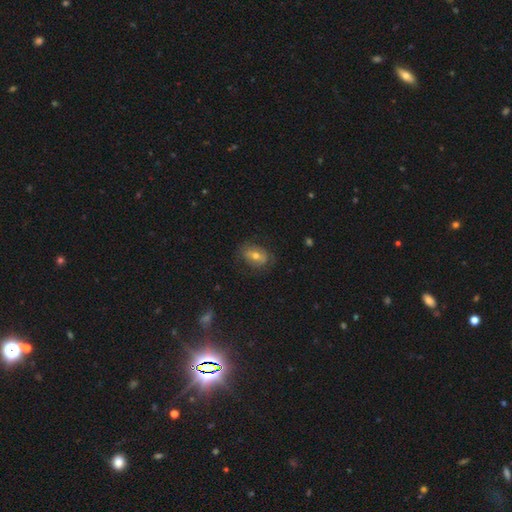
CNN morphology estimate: The model was most divided on "smooth or featured": smooth: 44%, featured or disk: 43%, star or artifact: 14%. More confident: merging — none (74%).